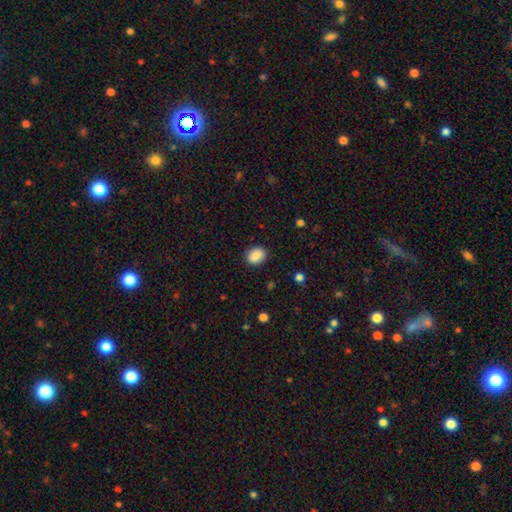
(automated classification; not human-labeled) Morphology: type=smooth (88%); roundness=round (51%); merging=none (88%).